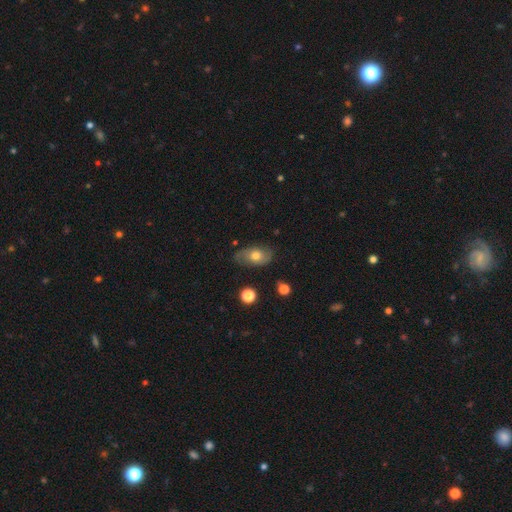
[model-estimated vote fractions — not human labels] This appears to be a featured or disk galaxy (51%). Merging: none (73%).